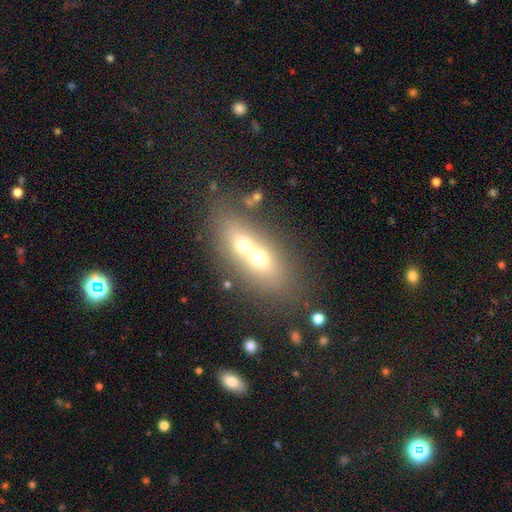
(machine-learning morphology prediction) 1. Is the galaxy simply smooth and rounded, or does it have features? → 55% smooth, 33% featured or disk, 12% star or artifact.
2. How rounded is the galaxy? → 66% in between, 22% round, 12% cigar-shaped.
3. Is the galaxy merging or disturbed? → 68% merger, 22% none, 6% minor disturbance, 4% major disturbance.